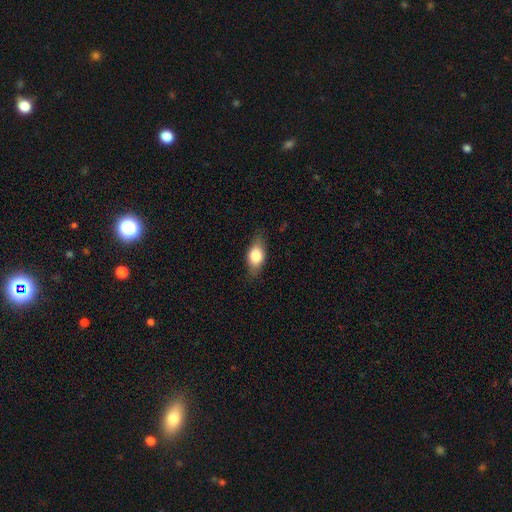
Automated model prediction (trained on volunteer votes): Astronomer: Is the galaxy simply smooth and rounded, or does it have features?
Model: smooth — 74%.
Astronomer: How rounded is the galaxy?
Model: in between — 81%.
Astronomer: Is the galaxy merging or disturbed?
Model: none — 78%.